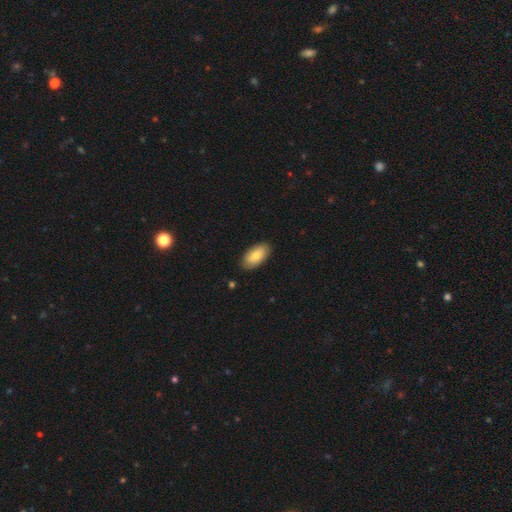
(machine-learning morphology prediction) Smooth or featured? smooth (79%)
How rounded? in between (93%)
Merging? none (86%)